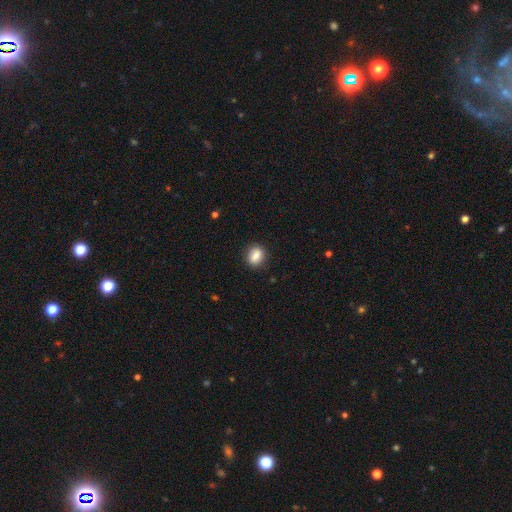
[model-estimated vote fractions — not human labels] A smooth galaxy with no disk features (85%) that is in between round and cigar-shaped (57%).

Vote fractions:
- Smooth or featured? smooth: 85% / star or artifact: 8% / featured or disk: 7%
- How rounded? in between: 57% / round: 41% / cigar-shaped: 2%
- Merging? none: 87% / minor disturbance: 9% / major disturbance: 2% / merger: 1%